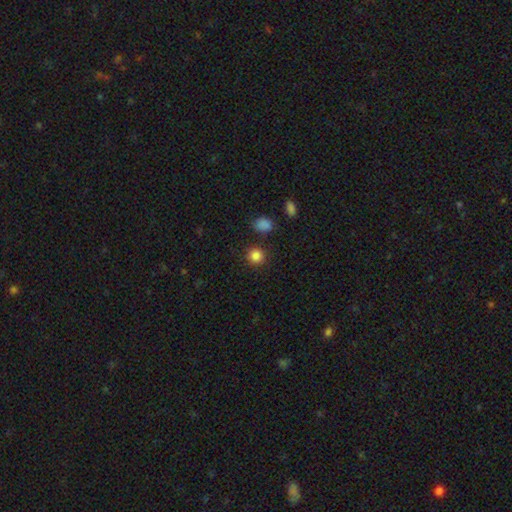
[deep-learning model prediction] This is clearly a smooth galaxy (85%). How rounded: clearly round (91%). Merging: clearly none (87%).